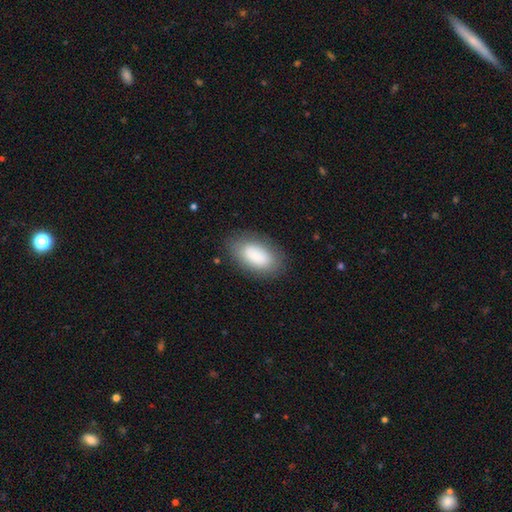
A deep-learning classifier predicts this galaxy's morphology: type=smooth (85%); roundness=in between (93%); merging=none (81%).